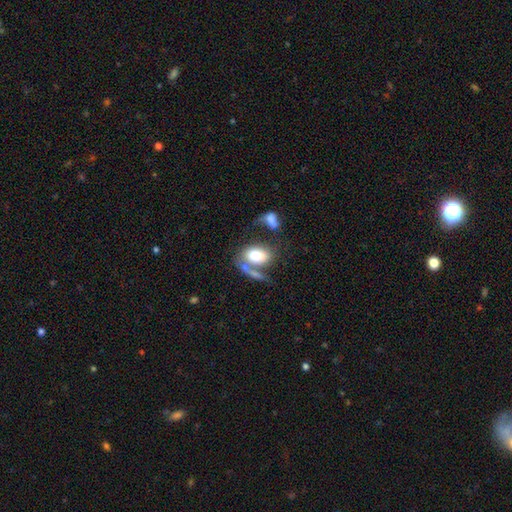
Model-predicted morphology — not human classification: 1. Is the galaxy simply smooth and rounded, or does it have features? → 67% smooth, 25% featured or disk, 8% star or artifact.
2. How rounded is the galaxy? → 85% in between, 13% round, 2% cigar-shaped.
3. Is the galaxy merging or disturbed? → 41% merger, 27% none, 20% major disturbance, 12% minor disturbance.